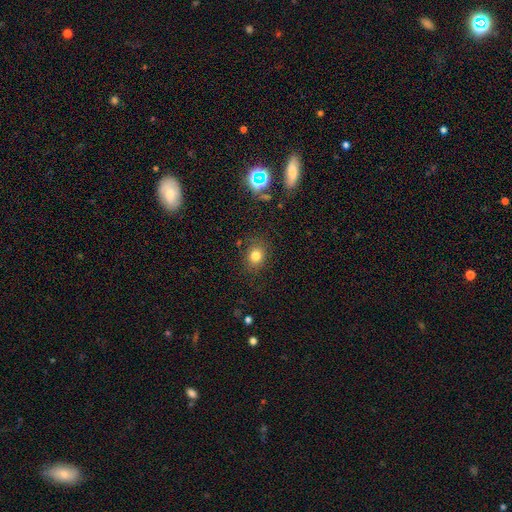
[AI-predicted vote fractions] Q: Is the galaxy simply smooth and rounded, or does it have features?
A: smooth — 78%.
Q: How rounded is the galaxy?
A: round — 63%.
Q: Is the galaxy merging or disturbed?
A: none — 81%.